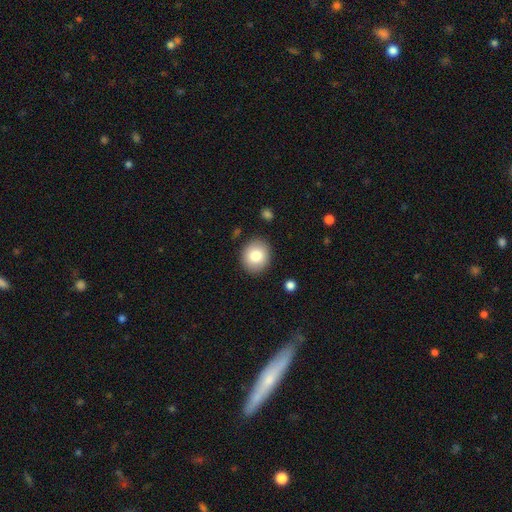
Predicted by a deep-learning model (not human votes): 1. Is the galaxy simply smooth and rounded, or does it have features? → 81% smooth, 10% featured or disk, 9% star or artifact.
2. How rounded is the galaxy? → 76% round, 23% in between, 1% cigar-shaped.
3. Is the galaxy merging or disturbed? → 89% none, 8% minor disturbance, 2% major disturbance, 2% merger.